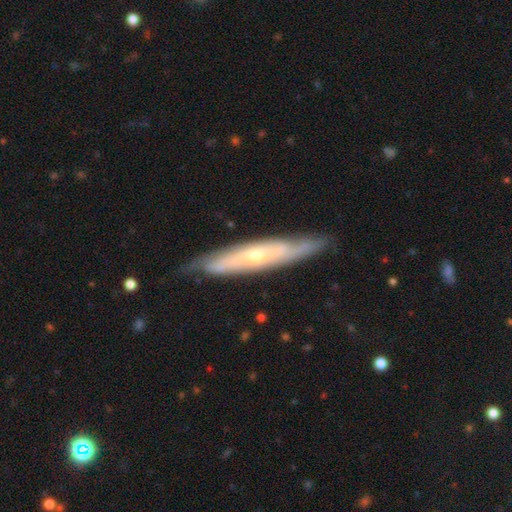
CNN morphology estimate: This appears to be a featured or disk galaxy (70%) viewed edge-on (61%). Merging: none (78%).